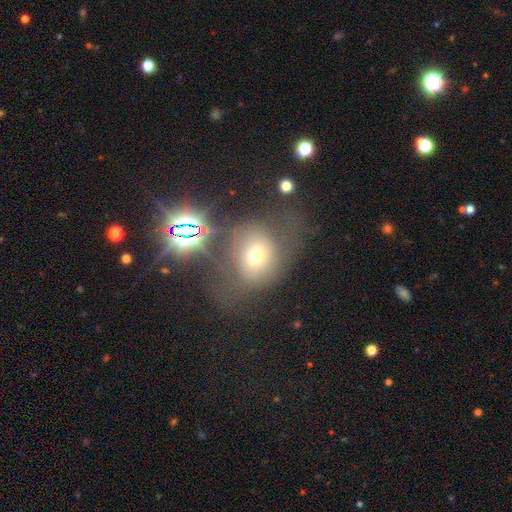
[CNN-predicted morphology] A smooth galaxy with no disk features (54%) that is round (52%). Merging: none (45%).